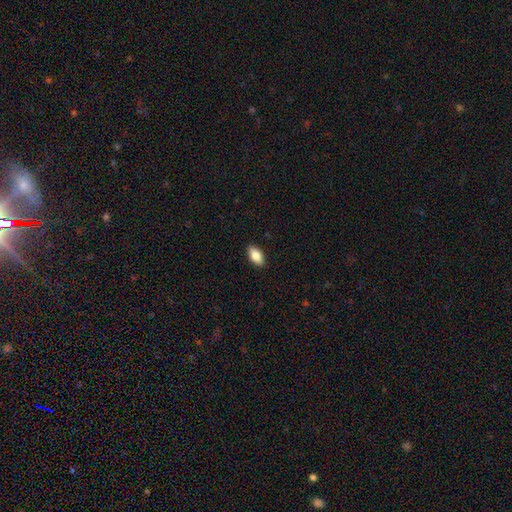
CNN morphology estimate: This is clearly a smooth galaxy (84%). How rounded: clearly in between (91%). Merging: clearly none (90%).